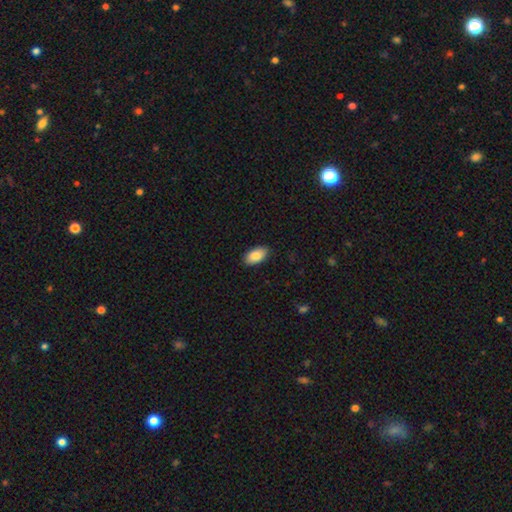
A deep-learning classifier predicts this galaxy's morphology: Smooth or featured: smooth — 86% (featured or disk — 7%)
How rounded: in between — 95% (cigar-shaped — 3%)
Merging: none — 89% (minor disturbance — 8%)